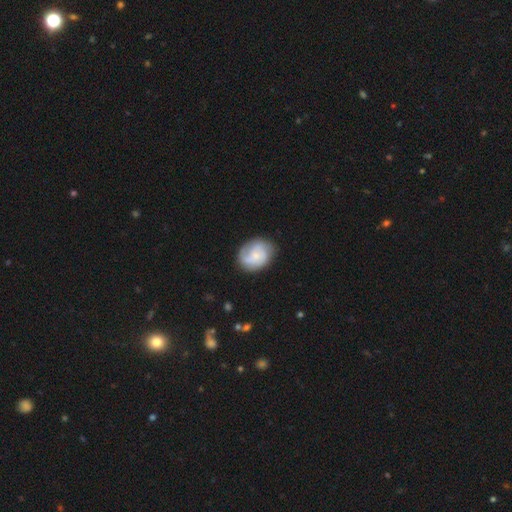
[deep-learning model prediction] Morphology: type=featured or disk (60%); edge-on=no (98%); bar=no (69%); spiral arms=yes (90%); winding=medium (44%); arm count=2 (42%); bulge=small (62%); merging=none (71%).